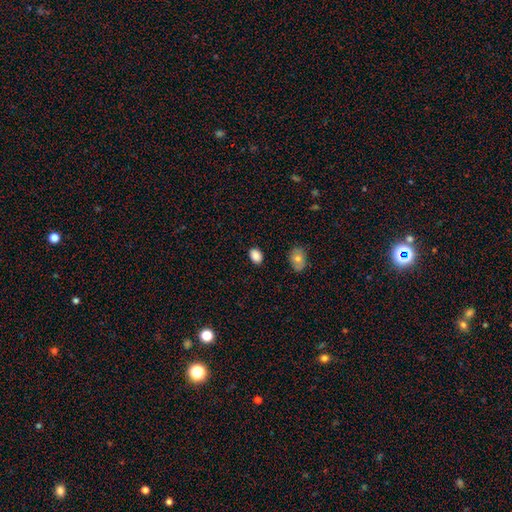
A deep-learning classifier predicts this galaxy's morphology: smooth_or_featured: smooth (p=0.87) [alt: star or artifact p=0.09]
how_rounded: in between (p=0.77) [alt: round p=0.22]
merging: none (p=0.86) [alt: minor disturbance p=0.10]